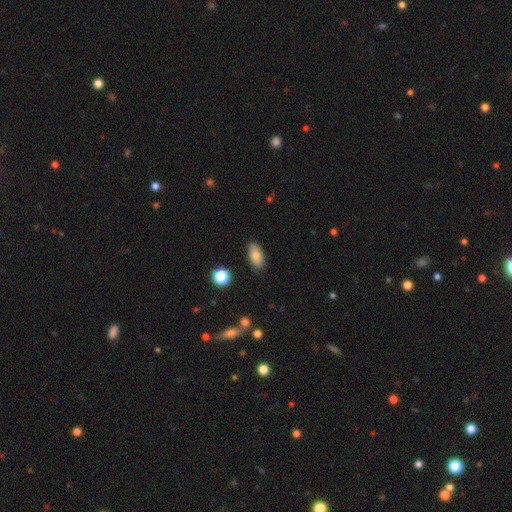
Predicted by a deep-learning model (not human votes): A smooth galaxy with no disk features (82%) that is in between round and cigar-shaped (89%). Merging: none (84%).